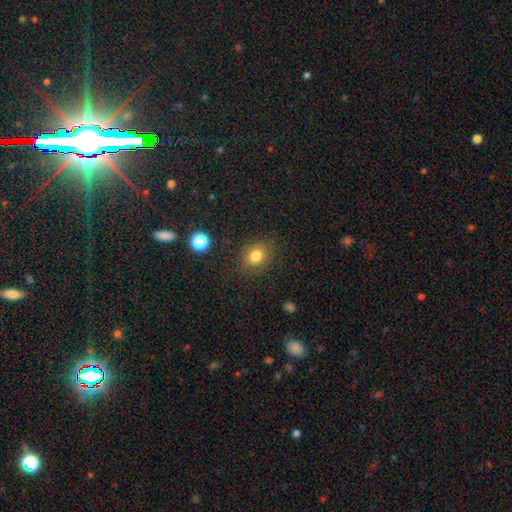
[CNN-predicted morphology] smooth 80%, star or artifact 13%, featured or disk 7%. Down the decision tree: how rounded — round (71%); merging — none (85%).